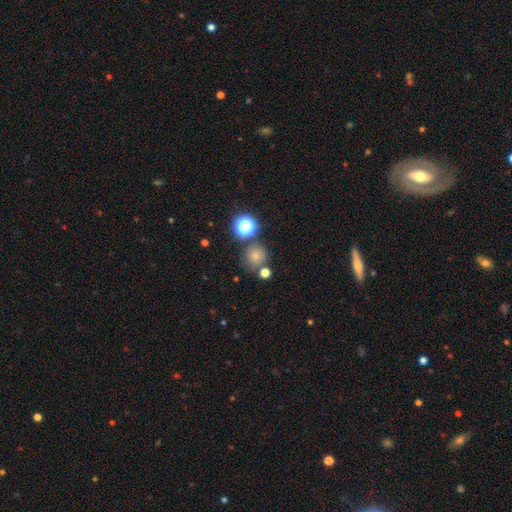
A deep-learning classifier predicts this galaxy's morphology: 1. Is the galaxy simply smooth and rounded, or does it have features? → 71% smooth, 20% star or artifact, 9% featured or disk.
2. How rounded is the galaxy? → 92% round, 7% in between, 1% cigar-shaped.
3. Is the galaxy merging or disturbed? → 72% none, 14% merger, 11% minor disturbance, 4% major disturbance.